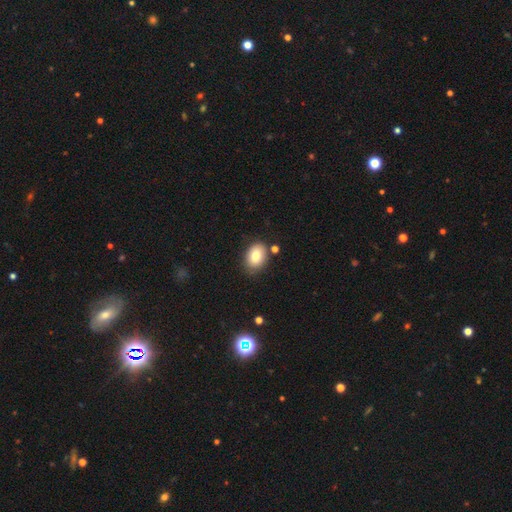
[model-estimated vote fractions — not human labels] smooth_or_featured: smooth (p=0.81) [alt: featured or disk p=0.11]
how_rounded: in between (p=0.78) [alt: round p=0.21]
merging: none (p=0.77) [alt: minor disturbance p=0.15]